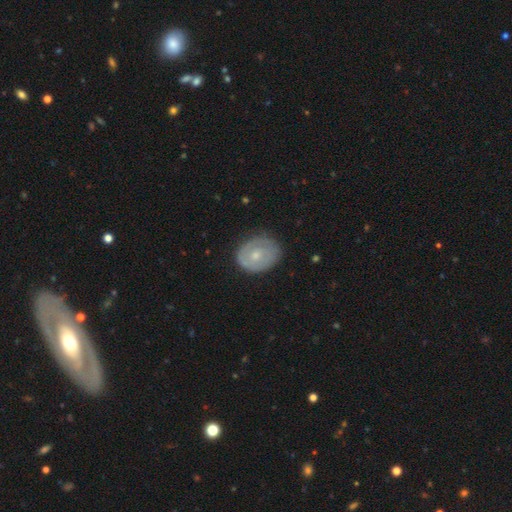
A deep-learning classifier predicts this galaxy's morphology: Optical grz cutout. It shows a featured or disk galaxy (48%). Merging: none (72%).